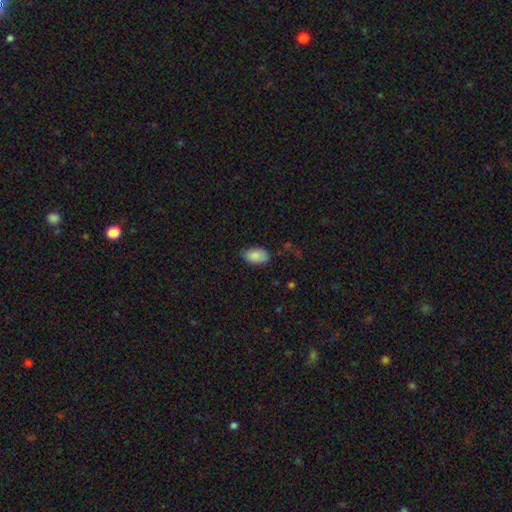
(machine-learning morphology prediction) Smooth or featured? Predicted: smooth (p=0.88). How rounded? Predicted: in between (p=0.92). Merging? Predicted: none (p=0.78).